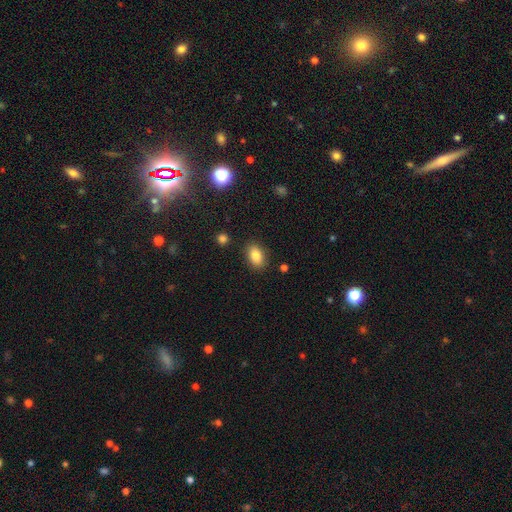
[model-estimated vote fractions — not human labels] Smooth or featured? Predicted: smooth (p=0.85). How rounded? Predicted: in between (p=0.87). Merging? Predicted: none (p=0.86).